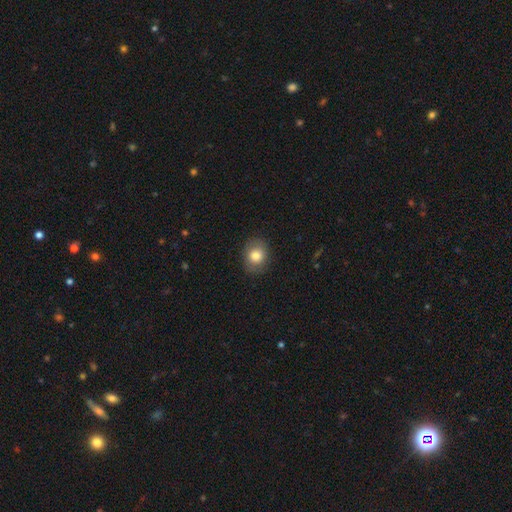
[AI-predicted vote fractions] This appears to be a smooth galaxy with no disk features (80%) that is round (59%). Merging: none (83%).